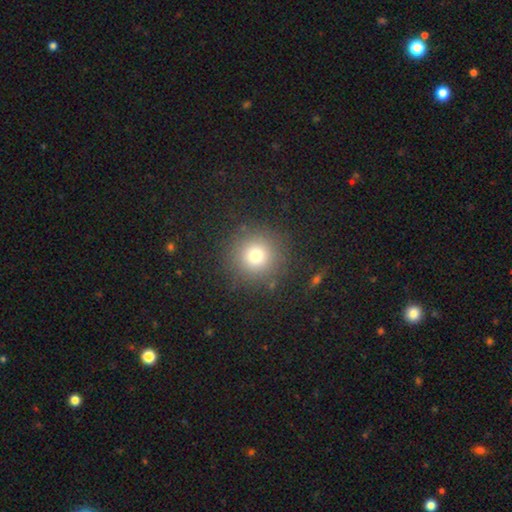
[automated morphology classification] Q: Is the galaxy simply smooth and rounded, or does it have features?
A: smooth — 73%.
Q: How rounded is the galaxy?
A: round — 95%.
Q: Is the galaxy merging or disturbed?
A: none — 86%.